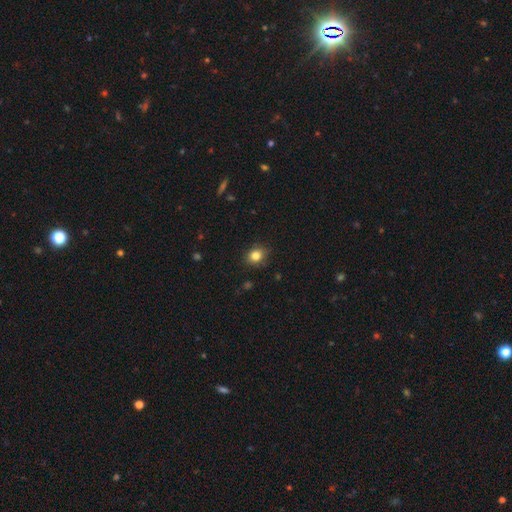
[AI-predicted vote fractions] Morphology: type=smooth (83%); roundness=round (64%); merging=none (85%).